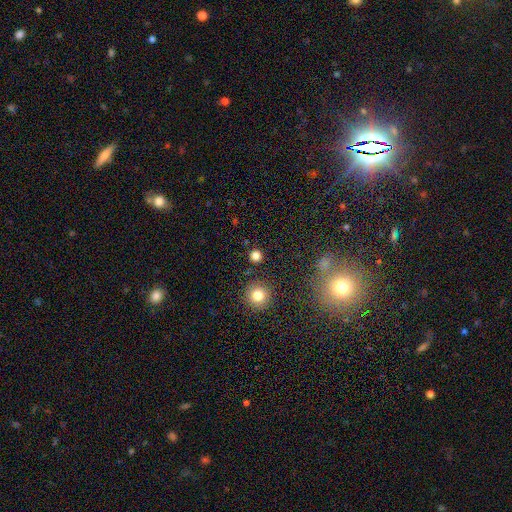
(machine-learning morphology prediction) This appears to be a smooth galaxy with no disk features (79%) that is round (93%). Merging: none (89%).